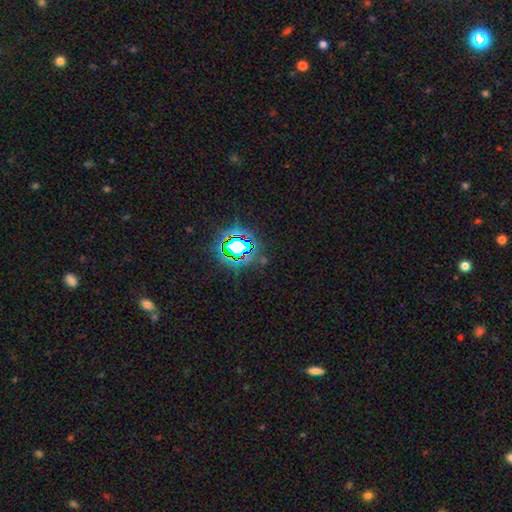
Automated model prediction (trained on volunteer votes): This is likely a star or artifact rather than a galaxy (79%).